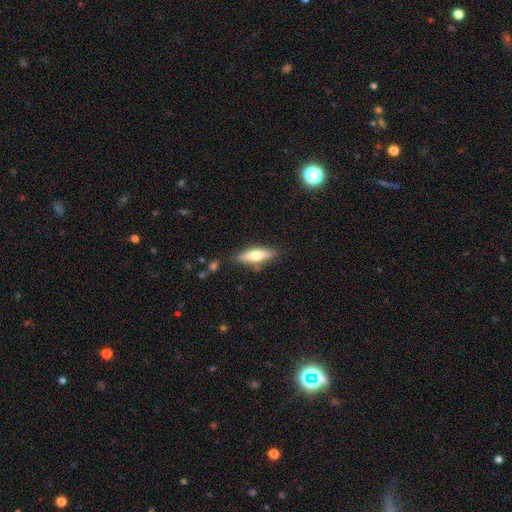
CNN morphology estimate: This appears to be a smooth galaxy with no disk features (62%) that is cigar-shaped (54%). Merging: none (81%).